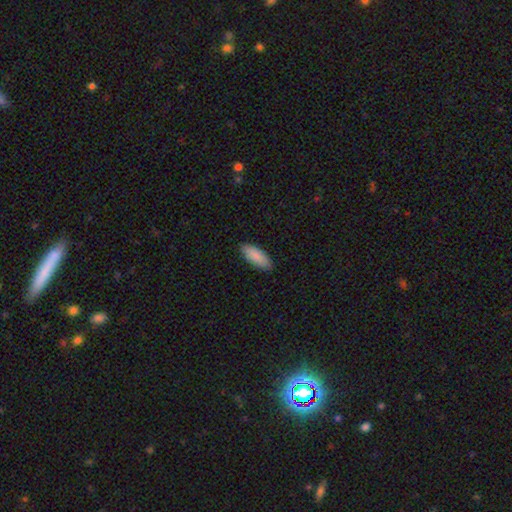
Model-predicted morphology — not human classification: Smooth or featured?
  - smooth: 89% *
  - featured or disk: 6%
  - star or artifact: 5%
How rounded?
  - in between: 81% *
  - cigar-shaped: 18%
  - round: 2%
Merging?
  - none: 88% *
  - minor disturbance: 10%
  - major disturbance: 2%
  - merger: 1%